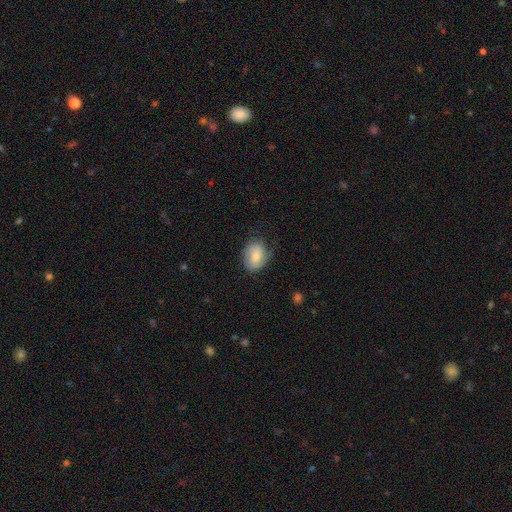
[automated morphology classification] Smooth or featured?
  - smooth: 69% *
  - featured or disk: 24%
  - star or artifact: 7%
How rounded?
  - in between: 68% *
  - round: 31%
  - cigar-shaped: 1%
Merging?
  - none: 59% *
  - minor disturbance: 29%
  - major disturbance: 11%
  - merger: 1%